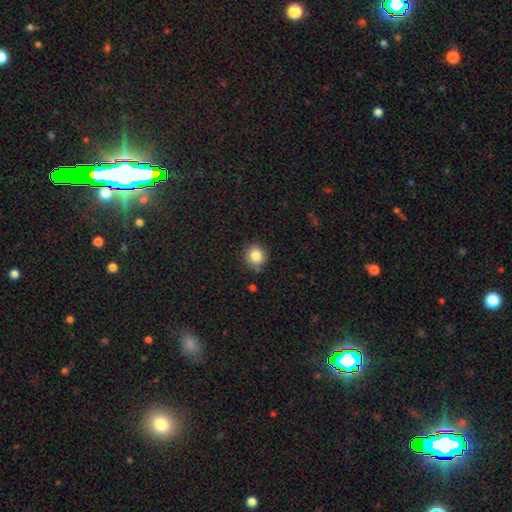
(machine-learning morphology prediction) The model was most divided on "merging": none: 82%, minor disturbance: 13%, major disturbance: 3%, merger: 3%. More confident: how rounded — round (89%); smooth or featured — smooth (84%).